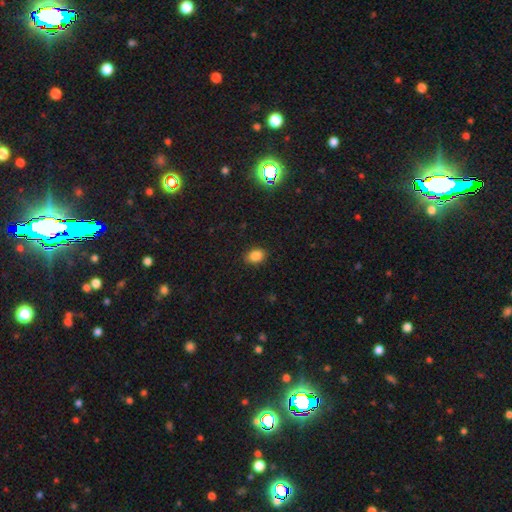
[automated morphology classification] This appears to be a smooth galaxy with no disk features (86%) that is in between round and cigar-shaped (70%). Merging: none (88%).